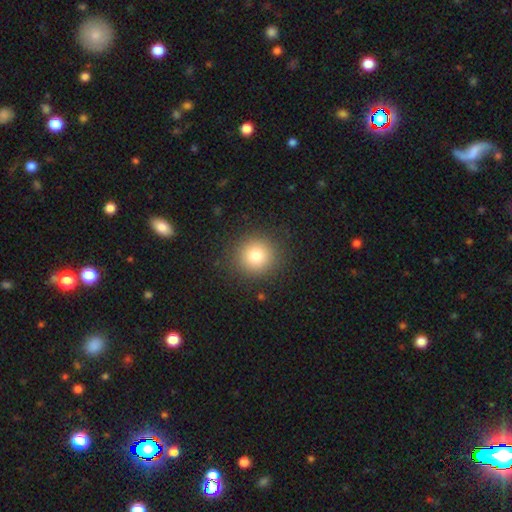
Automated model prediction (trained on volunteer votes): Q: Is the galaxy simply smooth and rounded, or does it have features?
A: smooth — 80%.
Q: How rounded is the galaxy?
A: round — 93%.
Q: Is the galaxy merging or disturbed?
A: none — 90%.